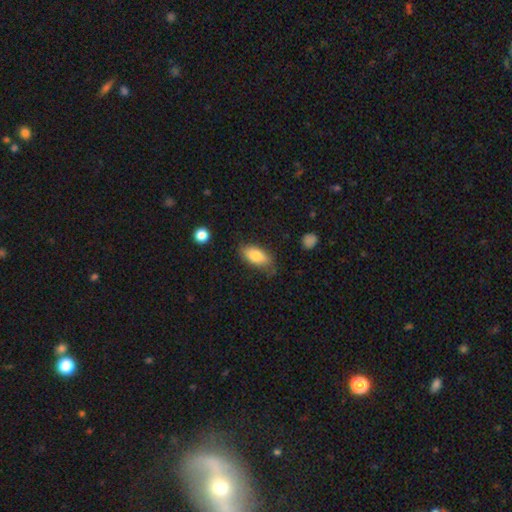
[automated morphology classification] smooth_or_featured: smooth (p=0.80) [alt: featured or disk p=0.13]
how_rounded: in between (p=0.88) [alt: cigar-shaped p=0.08]
merging: none (p=0.69) [alt: minor disturbance p=0.23]